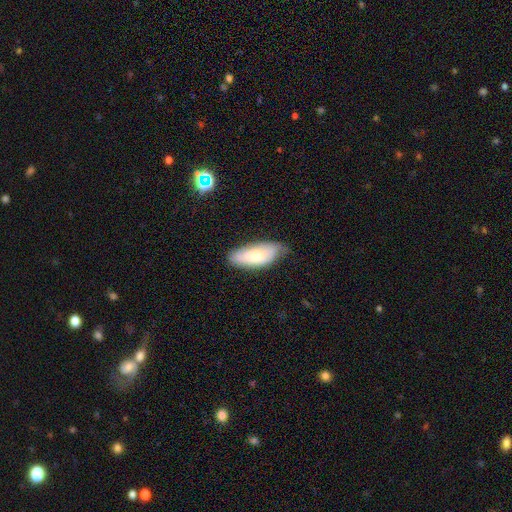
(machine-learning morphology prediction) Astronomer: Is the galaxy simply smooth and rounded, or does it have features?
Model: smooth — 70%.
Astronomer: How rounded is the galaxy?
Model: in between — 84%.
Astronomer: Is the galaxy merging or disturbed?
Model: none — 65%.